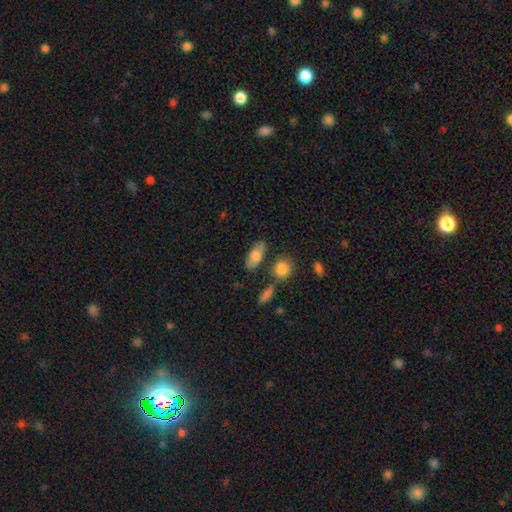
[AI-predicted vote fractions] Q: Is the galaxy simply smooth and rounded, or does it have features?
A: smooth — 76%.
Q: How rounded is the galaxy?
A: in between — 84%.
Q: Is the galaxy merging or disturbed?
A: none — 74%.